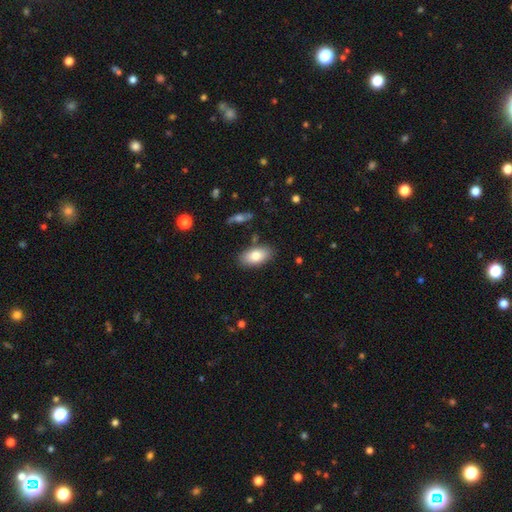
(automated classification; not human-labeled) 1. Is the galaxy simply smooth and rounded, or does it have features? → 80% smooth, 13% featured or disk, 7% star or artifact.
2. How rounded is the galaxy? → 93% in between, 4% round, 3% cigar-shaped.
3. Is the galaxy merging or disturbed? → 84% none, 11% minor disturbance, 3% merger, 2% major disturbance.